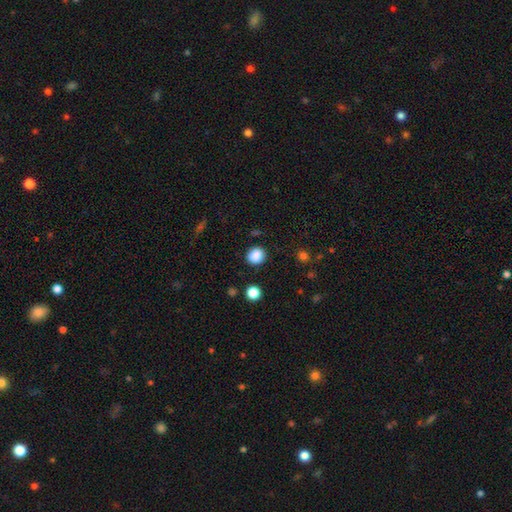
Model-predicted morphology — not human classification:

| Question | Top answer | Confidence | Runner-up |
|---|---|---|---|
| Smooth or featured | smooth | 87% | star or artifact (10%) |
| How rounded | round | 82% | in between (17%) |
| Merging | none | 86% | minor disturbance (9%) |